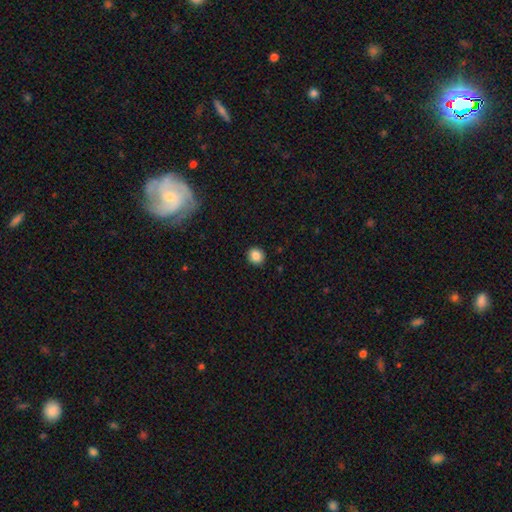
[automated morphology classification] A smooth galaxy with no disk features (86%) that is round (84%).

Vote fractions:
- Smooth or featured? smooth: 86% / star or artifact: 10% / featured or disk: 4%
- How rounded? round: 84% / in between: 15% / cigar-shaped: 1%
- Merging? none: 91% / minor disturbance: 6% / major disturbance: 2% / merger: 1%